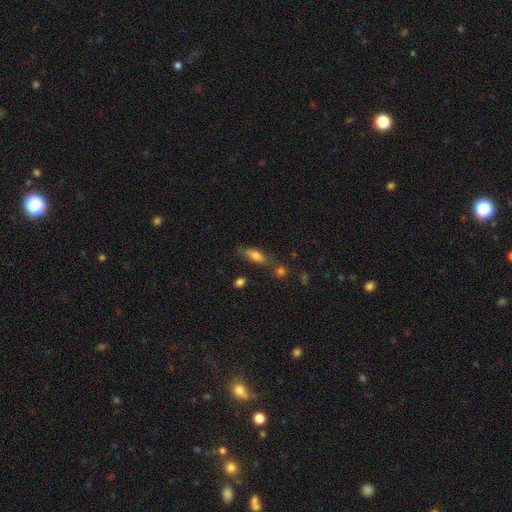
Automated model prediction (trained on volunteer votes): Smooth or featured: smooth — 73% (featured or disk — 17%)
How rounded: in between — 63% (cigar-shaped — 33%)
Merging: none — 63% (minor disturbance — 19%)